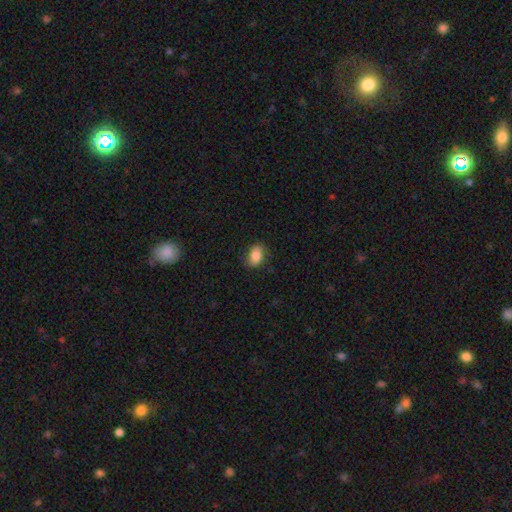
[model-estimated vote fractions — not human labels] Smooth or featured?
  - smooth: 81% *
  - featured or disk: 11%
  - star or artifact: 8%
How rounded?
  - in between: 80% *
  - round: 18%
  - cigar-shaped: 2%
Merging?
  - none: 77% *
  - minor disturbance: 17%
  - major disturbance: 4%
  - merger: 1%